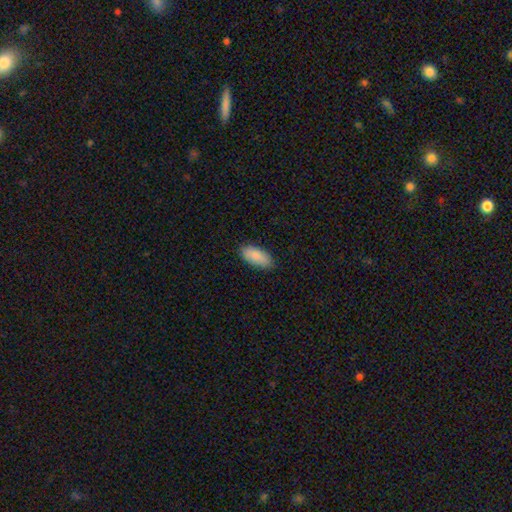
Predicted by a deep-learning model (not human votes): Morphology: type=smooth (88%); roundness=in between (91%); merging=none (85%).